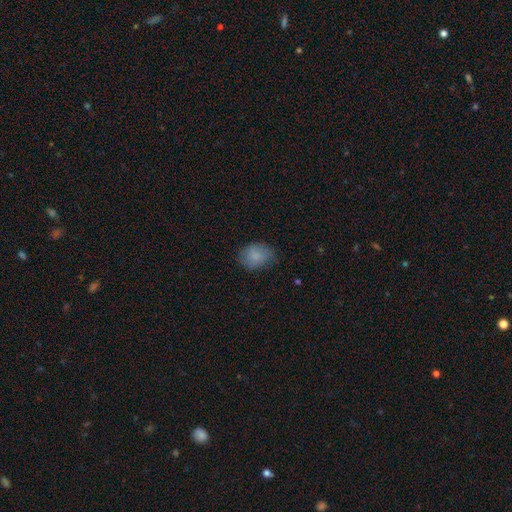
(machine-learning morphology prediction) smooth_or_featured: smooth (p=0.82) [alt: featured or disk p=0.11]
how_rounded: in between (p=0.61) [alt: round p=0.38]
merging: none (p=0.72) [alt: minor disturbance p=0.21]